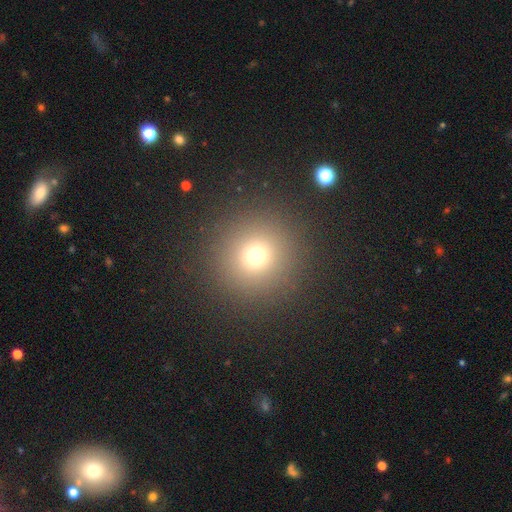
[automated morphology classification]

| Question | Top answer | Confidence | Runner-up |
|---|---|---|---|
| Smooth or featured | smooth | 72% | star or artifact (19%) |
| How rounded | round | 95% | in between (4%) |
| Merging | none | 91% | minor disturbance (5%) |